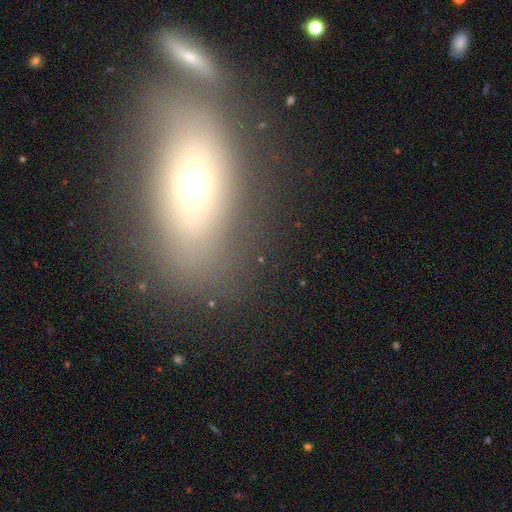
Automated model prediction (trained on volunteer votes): Q: Smooth or featured?
A: smooth (57%); runner-up: featured or disk (28%)
Q: How rounded?
A: in between (76%); runner-up: round (14%)
Q: Merging?
A: none (63%); runner-up: merger (15%)